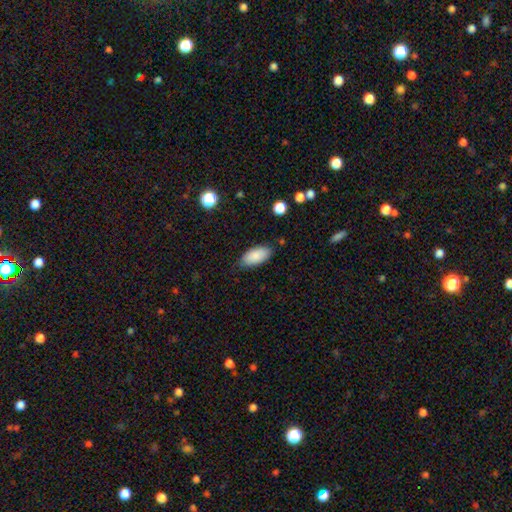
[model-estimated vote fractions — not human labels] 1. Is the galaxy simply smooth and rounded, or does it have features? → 87% smooth, 7% star or artifact, 7% featured or disk.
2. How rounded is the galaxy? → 92% in between, 6% cigar-shaped, 2% round.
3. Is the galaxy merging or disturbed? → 82% none, 14% minor disturbance, 3% major disturbance, 2% merger.